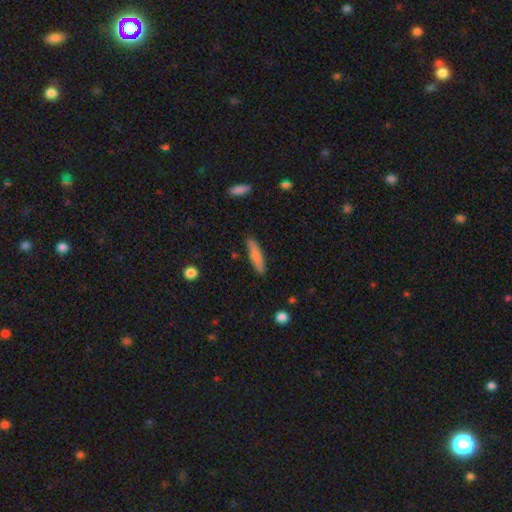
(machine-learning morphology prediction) A smooth galaxy with no disk features (78%) that is cigar-shaped (84%).

Vote fractions:
- Smooth or featured? smooth: 78% / featured or disk: 17% / star or artifact: 6%
- How rounded? cigar-shaped: 84% / in between: 15% / round: 2%
- Merging? none: 86% / minor disturbance: 10% / major disturbance: 2% / merger: 2%